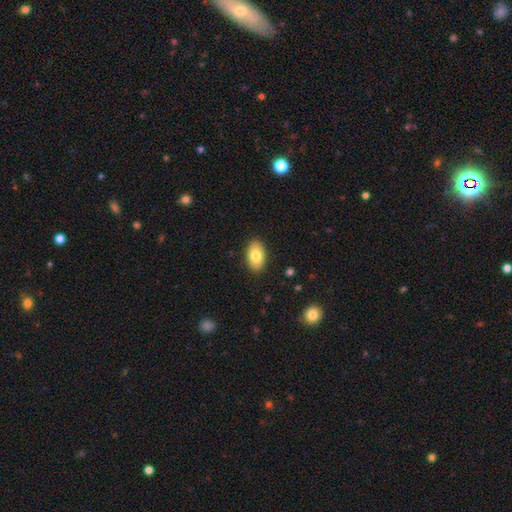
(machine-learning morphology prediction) Overall: smooth (80%). How rounded: in between (93%). Merging: none (89%).